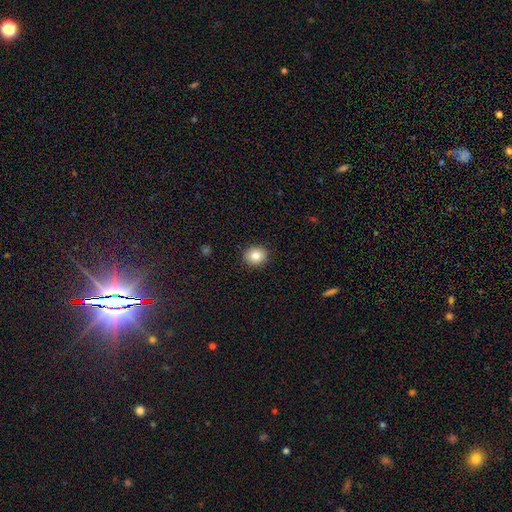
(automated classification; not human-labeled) A smooth galaxy with no disk features (81%) that is round (82%).

Vote fractions:
- Smooth or featured? smooth: 81% / featured or disk: 10% / star or artifact: 10%
- How rounded? round: 82% / in between: 18% / cigar-shaped: 1%
- Merging? none: 91% / minor disturbance: 6% / major disturbance: 2% / merger: 1%